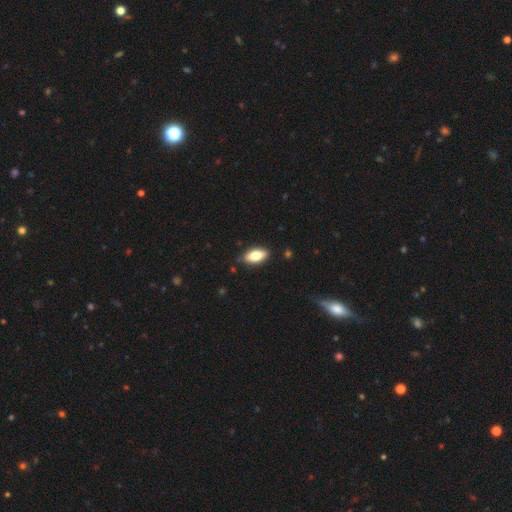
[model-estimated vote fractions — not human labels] Q: Smooth or featured?
A: smooth (78%); runner-up: featured or disk (15%)
Q: How rounded?
A: in between (90%); runner-up: cigar-shaped (7%)
Q: Merging?
A: none (83%); runner-up: minor disturbance (13%)